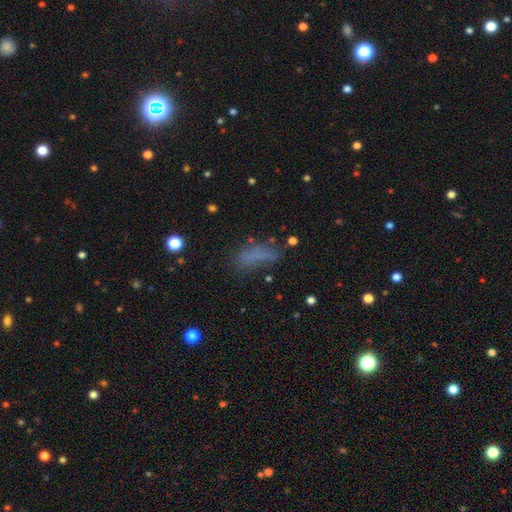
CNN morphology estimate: smooth 67%, star or artifact 17%, featured or disk 16%. Down the decision tree: how rounded — in between (53%); merging — none (53%).